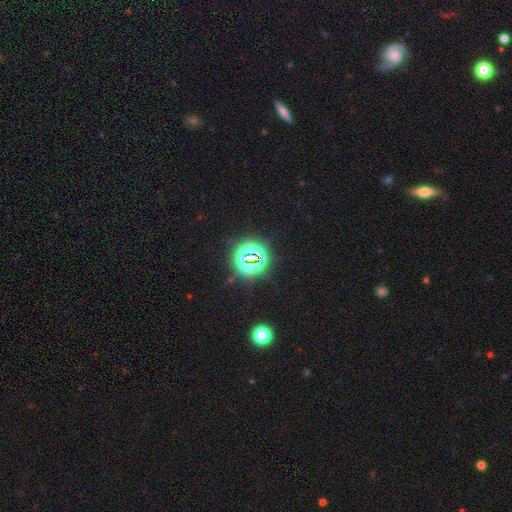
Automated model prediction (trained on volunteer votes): Morphology: type=star or artifact (77%).